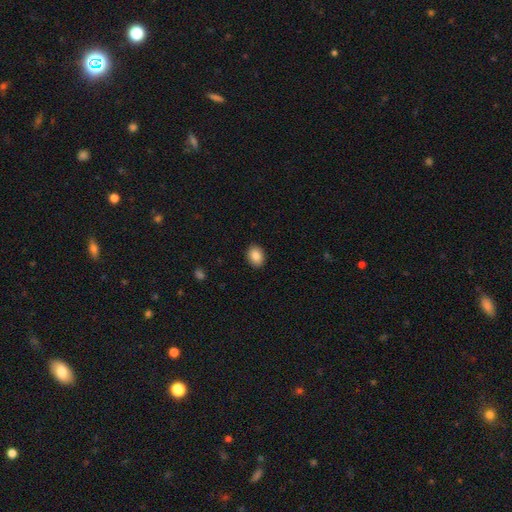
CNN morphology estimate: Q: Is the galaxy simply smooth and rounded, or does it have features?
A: smooth — 87%.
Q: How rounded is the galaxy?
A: in between — 64%.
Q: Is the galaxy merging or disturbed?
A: none — 91%.